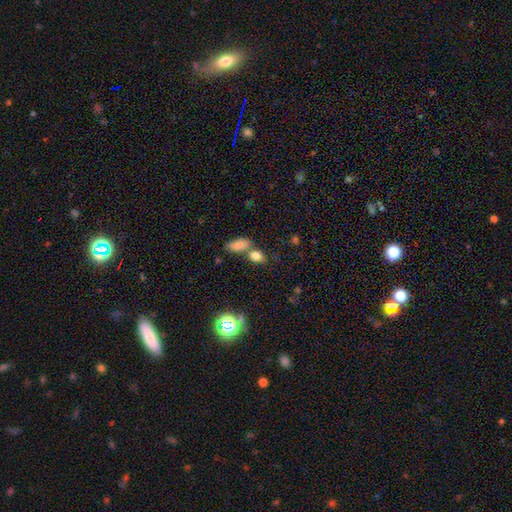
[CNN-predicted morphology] This is likely a smooth galaxy (79%). How rounded: likely in between (73%). Merging: possibly none (49%).